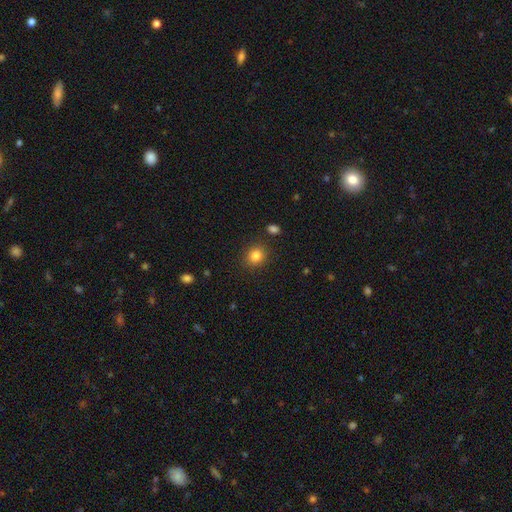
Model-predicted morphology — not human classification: Overall: smooth (84%). How rounded: round (75%). Merging: none (87%).